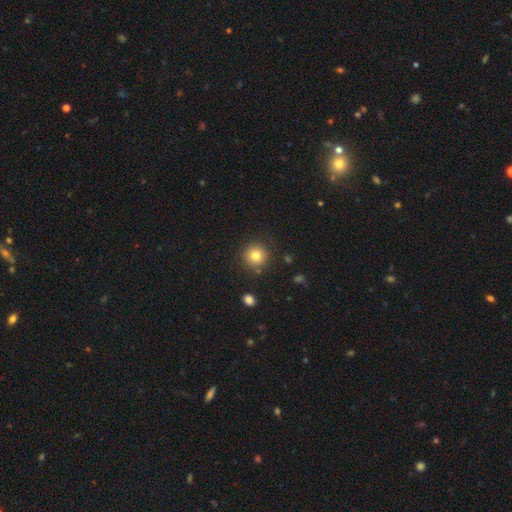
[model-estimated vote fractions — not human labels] Morphology: type=smooth (80%); roundness=round (94%); merging=none (87%).